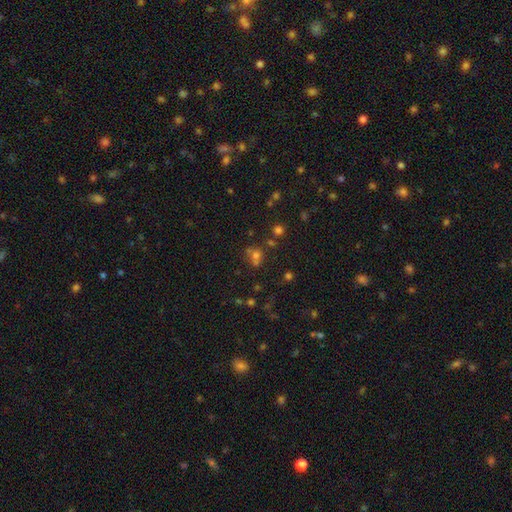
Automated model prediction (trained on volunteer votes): Smooth or featured: smooth — 55% (star or artifact — 31%)
How rounded: round — 79% (in between — 20%)
Merging: none — 49% (merger — 36%)